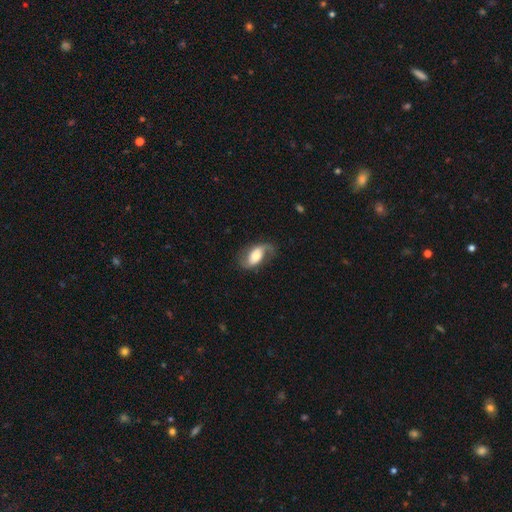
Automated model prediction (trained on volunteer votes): Overall: featured or disk (70%). Edge-on disk: no (95%). Bar: no (47%; weak 32%). Spiral arms: yes (91%). Spiral arm count: 2 (83%). Spiral winding: loose (63%; medium 28%). Bulge size: moderate (55%; large 24%). Merging: none (66%).